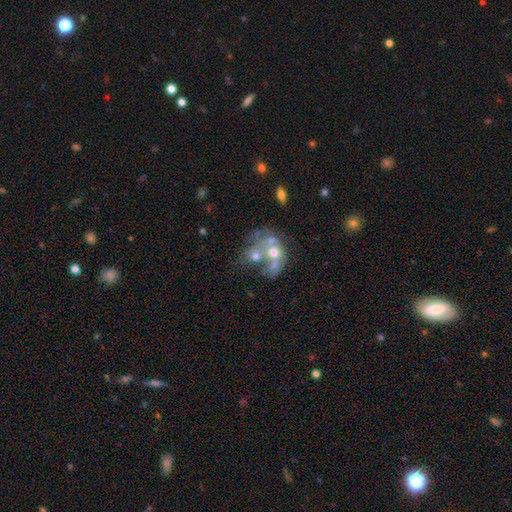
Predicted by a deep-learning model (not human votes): smooth-or-featured: featured or disk: 46% | smooth: 41% | star or artifact: 13%
  merging: merger: 61% | major disturbance: 16% | none: 15% | minor disturbance: 8%